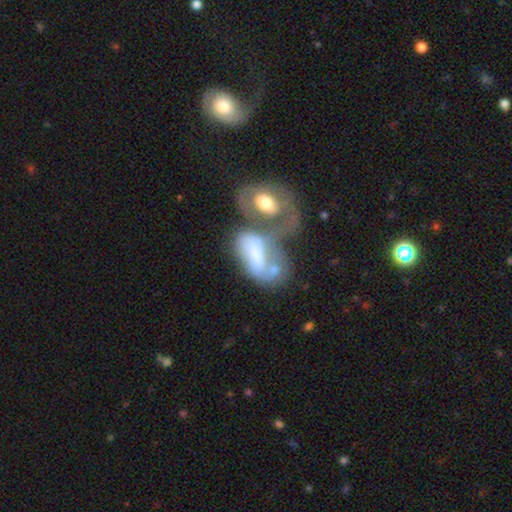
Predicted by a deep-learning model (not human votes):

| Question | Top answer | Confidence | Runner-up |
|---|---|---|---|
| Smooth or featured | smooth | 46% | featured or disk (45%) |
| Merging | merger | 61% | major disturbance (19%) |